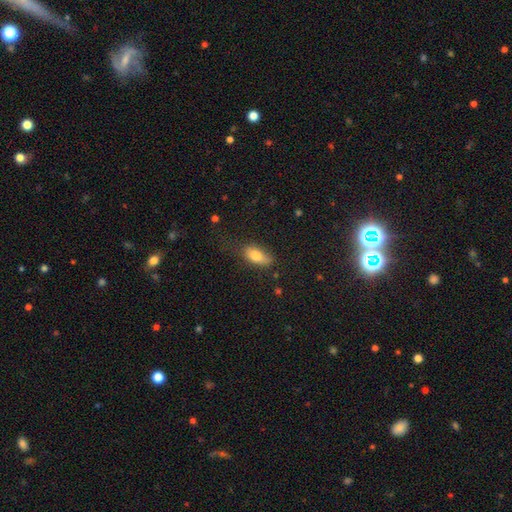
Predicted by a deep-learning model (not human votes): The model was most divided on "merging": none: 58%, minor disturbance: 28%, major disturbance: 11%, merger: 2%. More confident: how rounded — in between (84%); smooth or featured — smooth (78%).